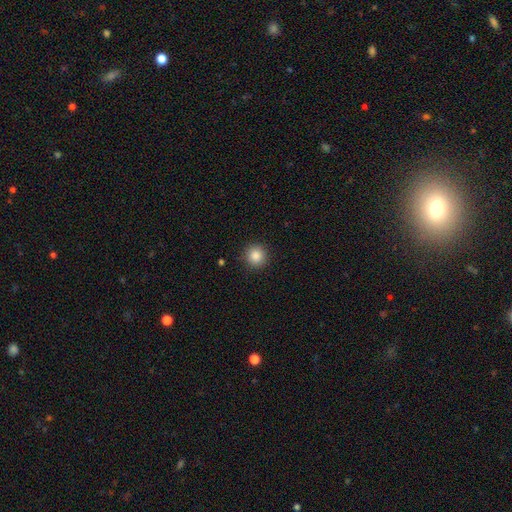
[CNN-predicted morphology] This appears to be a smooth galaxy with no disk features (86%) that is round (94%). Merging: none (90%).